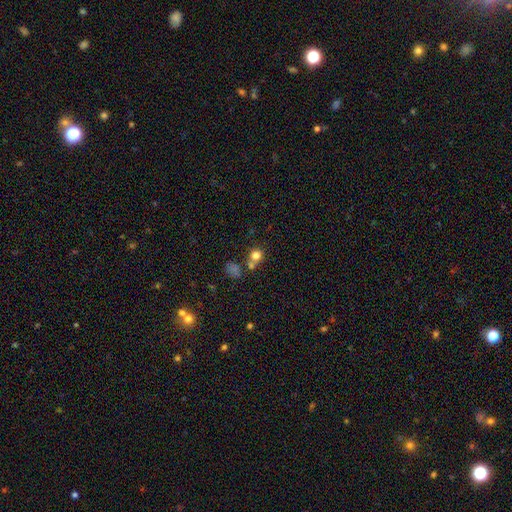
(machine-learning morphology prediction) Smooth or featured?
  - smooth: 77% *
  - star or artifact: 14%
  - featured or disk: 9%
How rounded?
  - round: 85% *
  - in between: 14%
  - cigar-shaped: 1%
Merging?
  - none: 55% *
  - merger: 32%
  - minor disturbance: 9%
  - major disturbance: 4%